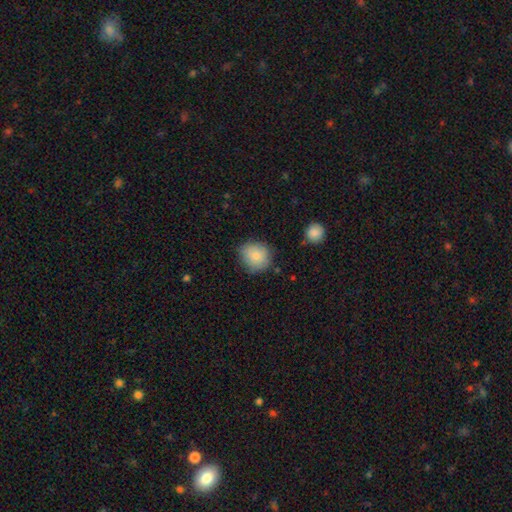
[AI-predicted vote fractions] smooth-or-featured: smooth: 85% | featured or disk: 8% | star or artifact: 7%
  how-rounded: round: 82% | in between: 17% | cigar-shaped: 1%
  merging: none: 76% | minor disturbance: 18% | major disturbance: 4% | merger: 2%